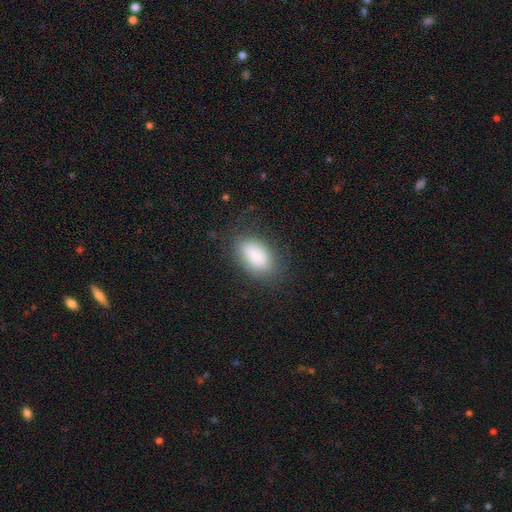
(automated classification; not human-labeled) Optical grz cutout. It shows a smooth galaxy with no disk features (85%) that is in between round and cigar-shaped (91%). Merging: none (73%).